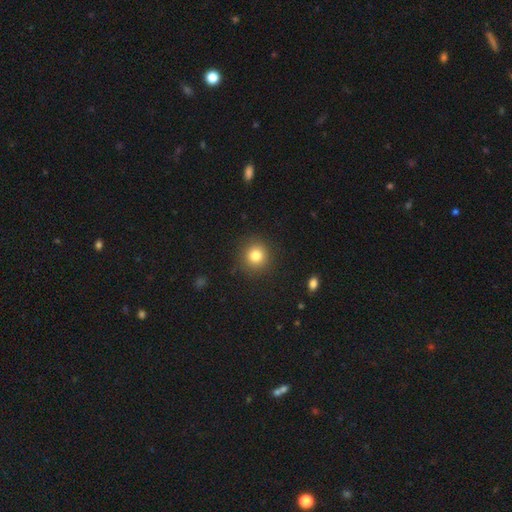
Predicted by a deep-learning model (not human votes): A smooth galaxy with no disk features (81%) that is round (92%).

Vote fractions:
- Smooth or featured? smooth: 81% / star or artifact: 11% / featured or disk: 7%
- How rounded? round: 92% / in between: 7% / cigar-shaped: 1%
- Merging? none: 90% / minor disturbance: 7% / major disturbance: 3% / merger: 1%